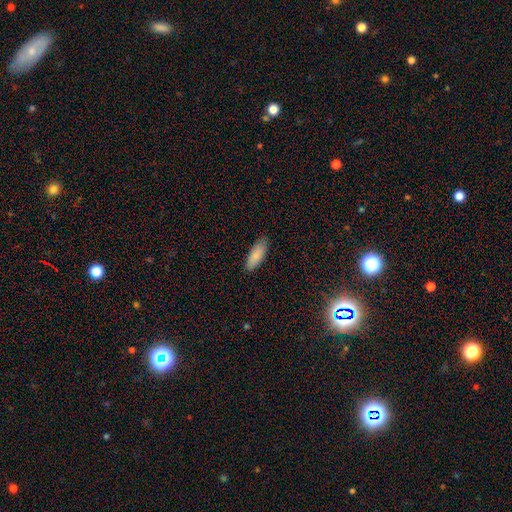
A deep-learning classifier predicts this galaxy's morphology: Smooth or featured: smooth — 87% (featured or disk — 7%)
How rounded: in between — 67% (cigar-shaped — 32%)
Merging: none — 85% (minor disturbance — 12%)